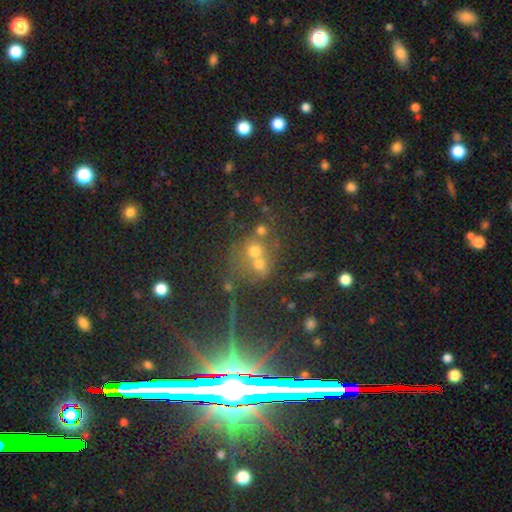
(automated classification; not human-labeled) The model was most divided on "smooth or featured": star or artifact: 50%, smooth: 35%, featured or disk: 15%.